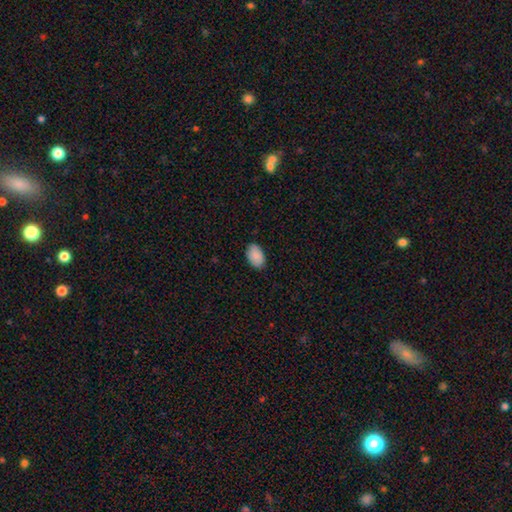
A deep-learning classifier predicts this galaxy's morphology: Smooth or featured? smooth (89%)
How rounded? in between (92%)
Merging? none (87%)